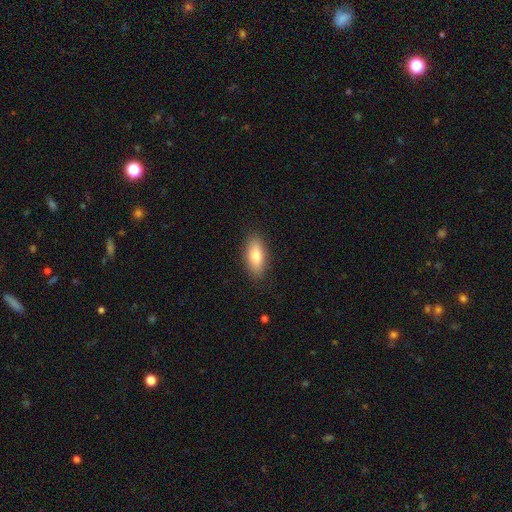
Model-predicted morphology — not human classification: smooth-or-featured: smooth: 78% | featured or disk: 16% | star or artifact: 7%
  how-rounded: in between: 79% | cigar-shaped: 18% | round: 3%
  merging: none: 87% | minor disturbance: 9% | major disturbance: 2% | merger: 1%